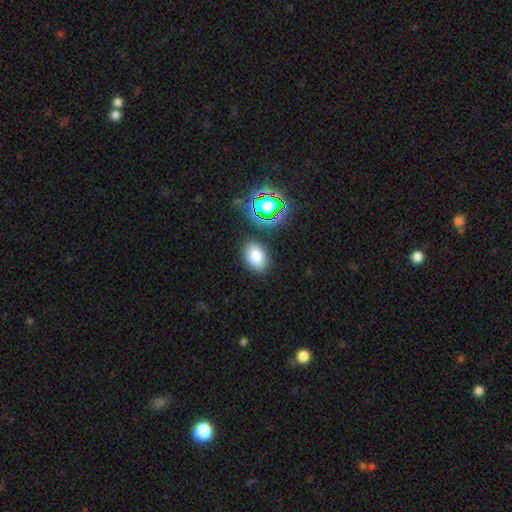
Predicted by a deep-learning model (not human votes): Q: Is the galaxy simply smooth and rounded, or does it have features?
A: smooth — 76%.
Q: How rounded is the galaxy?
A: in between — 80%.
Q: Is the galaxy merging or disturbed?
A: none — 85%.